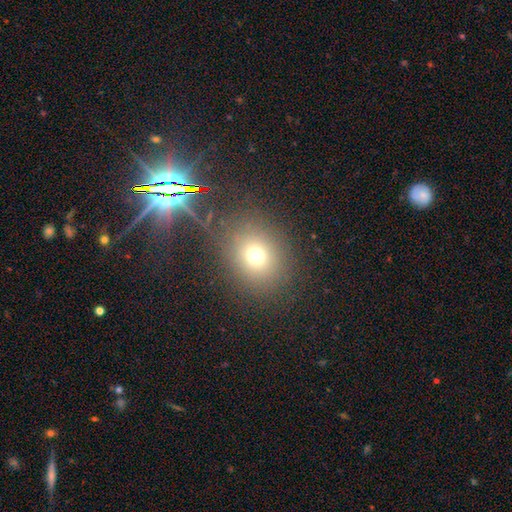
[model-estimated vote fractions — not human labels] Smooth or featured? smooth (69%)
How rounded? round (70%)
Merging? none (81%)